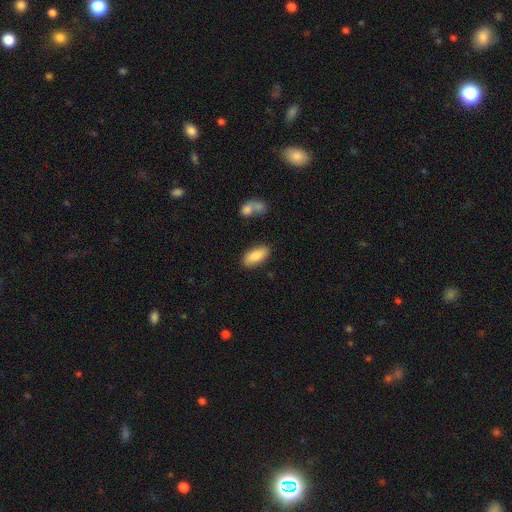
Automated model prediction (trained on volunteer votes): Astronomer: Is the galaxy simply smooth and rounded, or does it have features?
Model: smooth — 85%.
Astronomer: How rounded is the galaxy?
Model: in between — 88%.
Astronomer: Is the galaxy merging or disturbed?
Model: none — 83%.